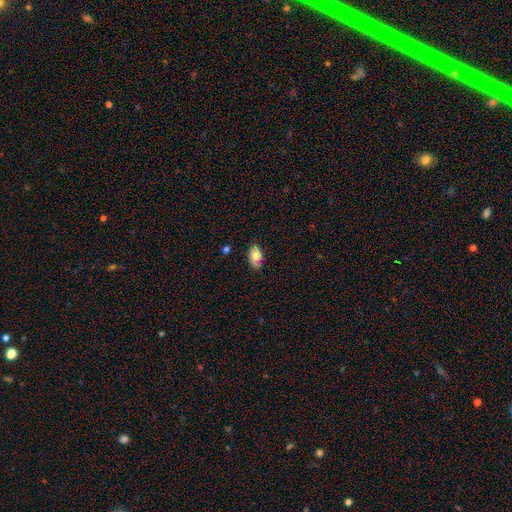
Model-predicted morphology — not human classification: Q: Smooth or featured?
A: smooth (78%); runner-up: featured or disk (15%)
Q: How rounded?
A: in between (93%); runner-up: round (5%)
Q: Merging?
A: none (83%); runner-up: minor disturbance (14%)